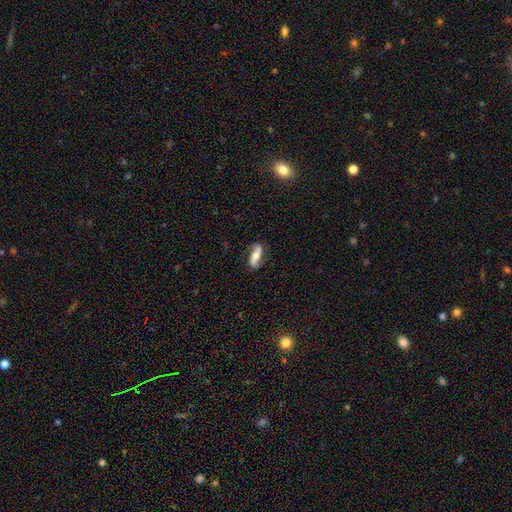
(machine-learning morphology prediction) Overall: featured or disk (61%; smooth 31%). Edge-on disk: no (81%). Bar: no (47%; strong 28%). Spiral arms: yes (87%). Bulge size: moderate (58%; small 23%). Merging: none (78%).